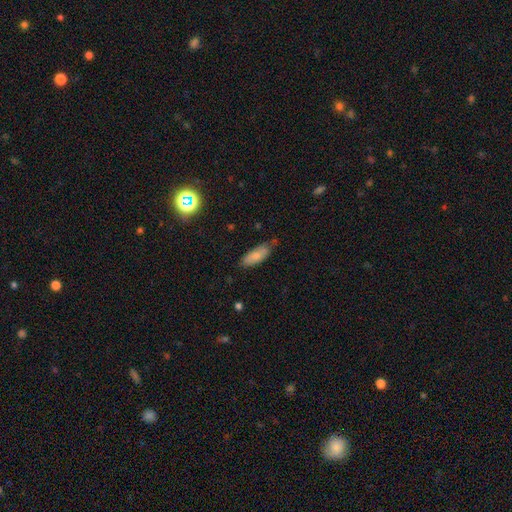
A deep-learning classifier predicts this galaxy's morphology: Smooth or featured? smooth (80%)
How rounded? in between (73%)
Merging? none (67%)